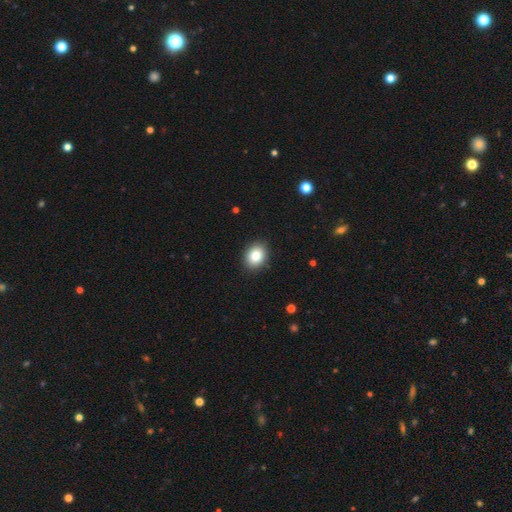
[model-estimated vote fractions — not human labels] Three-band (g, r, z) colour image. It shows a smooth galaxy with no disk features (83%) that is round (51%). Merging: none (90%).